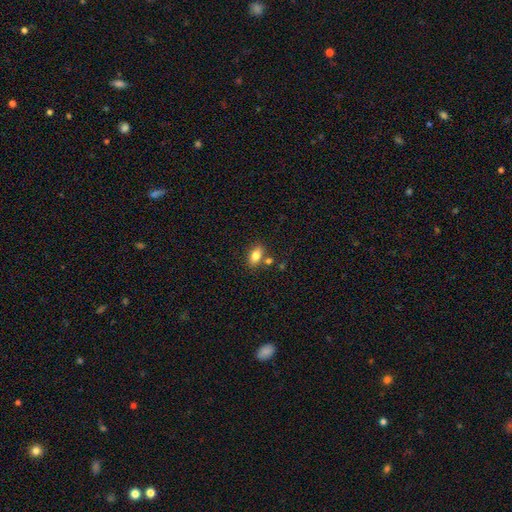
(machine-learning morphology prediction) smooth_or_featured: smooth (p=0.80) [alt: featured or disk p=0.12]
how_rounded: in between (p=0.86) [alt: round p=0.09]
merging: none (p=0.74) [alt: merger p=0.12]